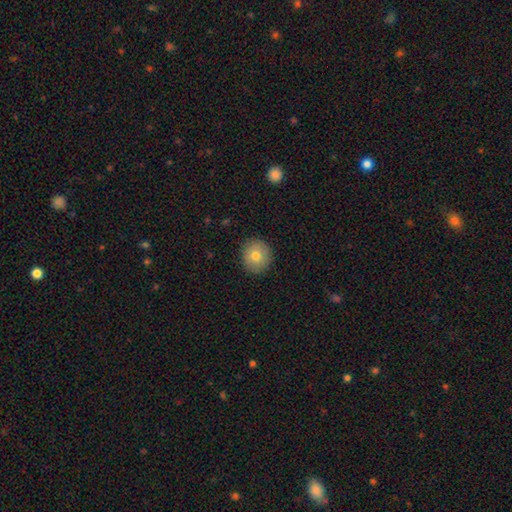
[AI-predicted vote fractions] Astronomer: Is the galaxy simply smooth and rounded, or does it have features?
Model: smooth — 78%.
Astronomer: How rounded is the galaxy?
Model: round — 91%.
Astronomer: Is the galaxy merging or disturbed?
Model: none — 90%.